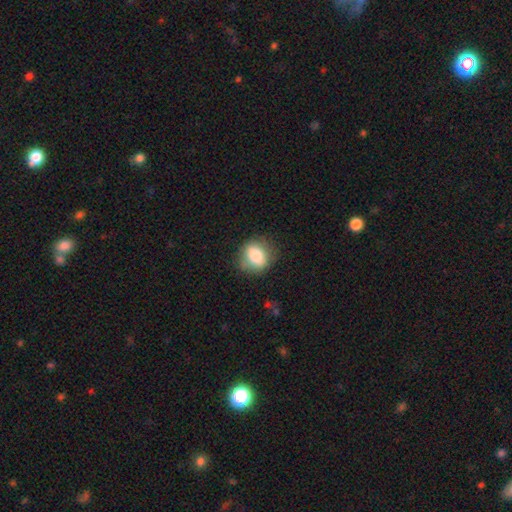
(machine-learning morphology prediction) A smooth galaxy with no disk features (79%) that is round (57%). Merging: none (70%).